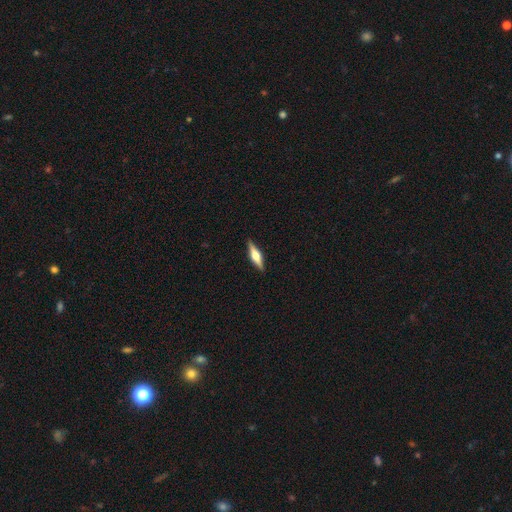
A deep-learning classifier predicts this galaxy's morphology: The model was most divided on "smooth or featured": featured or disk: 64%, smooth: 30%, star or artifact: 6%. More confident: edge-on disk — yes (97%); merging — none (90%); edge-on bulge — rounded (90%).